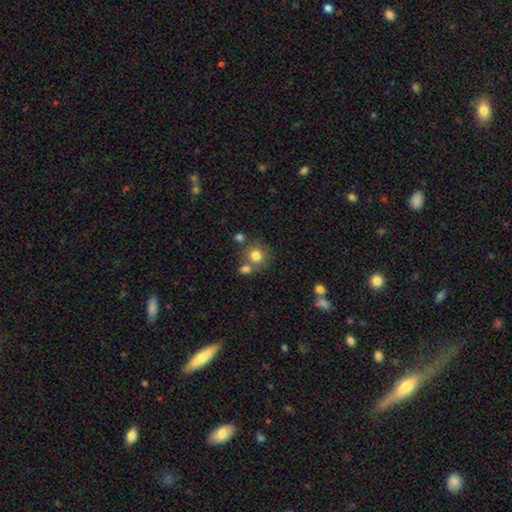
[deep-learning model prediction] The model was most divided on "merging": none: 59%, merger: 26%, minor disturbance: 11%, major disturbance: 4%. More confident: how rounded — round (85%); smooth or featured — smooth (79%).